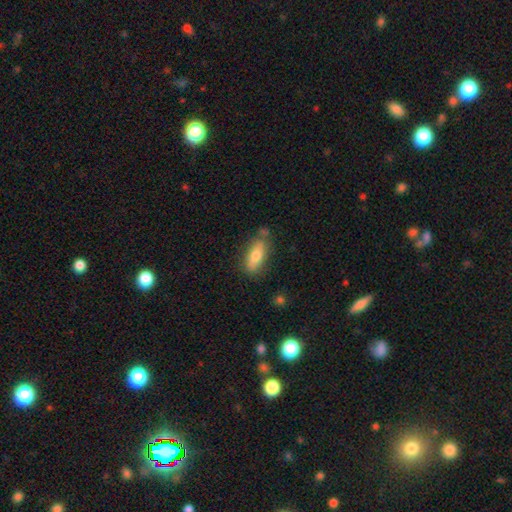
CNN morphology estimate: This is likely a smooth galaxy (72%). How rounded: likely in between (69%). Merging: likely none (73%).